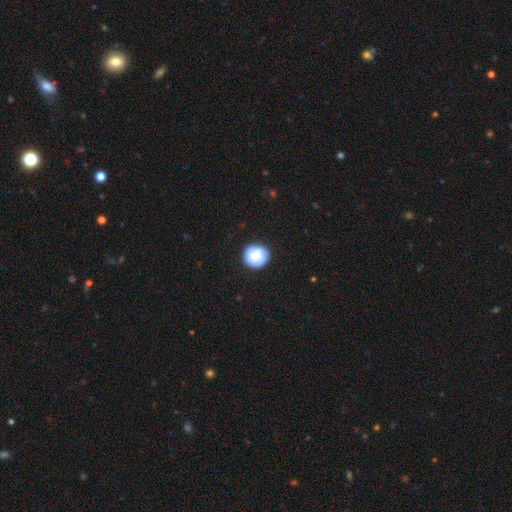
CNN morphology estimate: smooth-or-featured: smooth: 83% | featured or disk: 10% | star or artifact: 7%
  how-rounded: round: 92% | in between: 7% | cigar-shaped: 1%
  merging: none: 88% | minor disturbance: 9% | major disturbance: 2% | merger: 1%